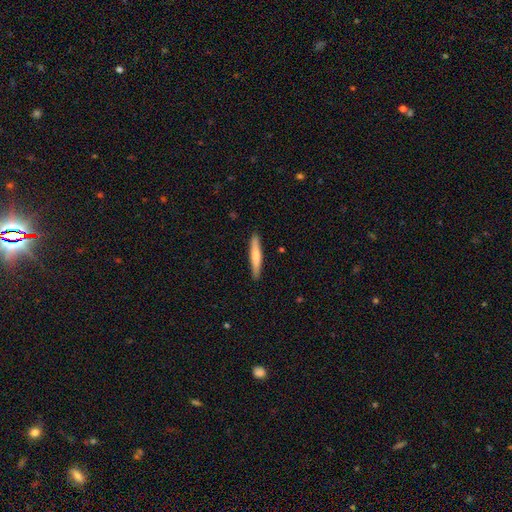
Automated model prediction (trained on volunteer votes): A smooth galaxy with no disk features (70%) that is cigar-shaped (93%). Merging: none (90%).